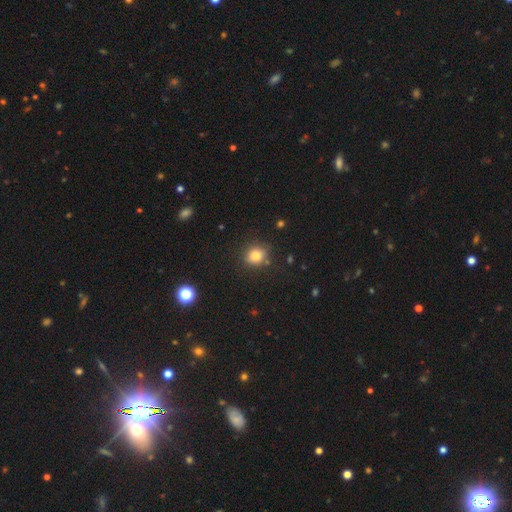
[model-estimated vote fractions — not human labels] Smooth or featured?
  - smooth: 81% *
  - star or artifact: 12%
  - featured or disk: 7%
How rounded?
  - round: 70% *
  - in between: 28%
  - cigar-shaped: 1%
Merging?
  - none: 81% *
  - minor disturbance: 13%
  - merger: 3%
  - major disturbance: 3%